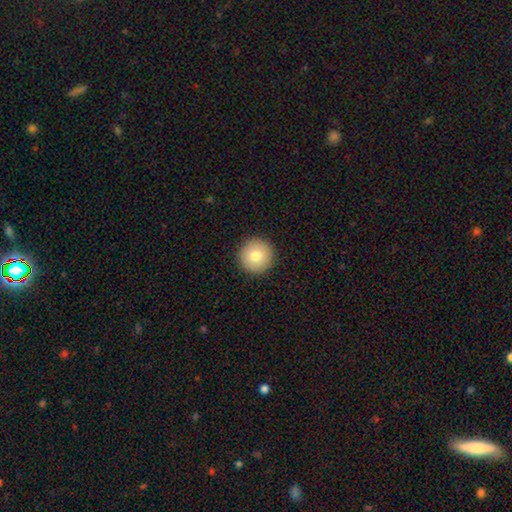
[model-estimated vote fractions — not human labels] This is likely a smooth galaxy (78%). How rounded: clearly round (96%). Merging: clearly none (93%).